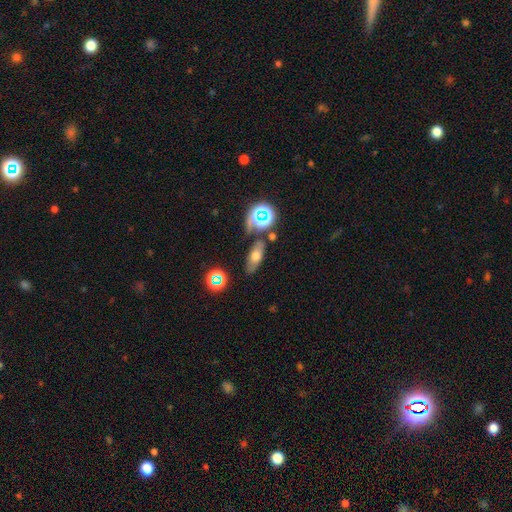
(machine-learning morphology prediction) Overall: smooth (53%; featured or disk 28%). How rounded: in between (69%). Merging: none (72%).